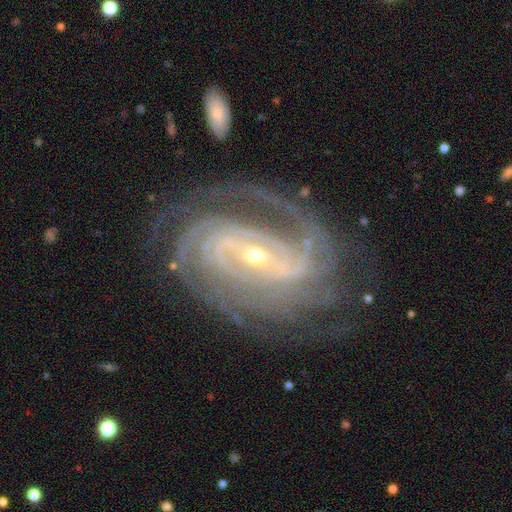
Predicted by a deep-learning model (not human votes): Smooth or featured? featured or disk (92%)
Edge-on disk? no (97%)
Bar? strong (43%)
Spiral arms? yes (98%)
Spiral winding? tight (71%)
Spiral arm count? 3 (22%, tied with 2 and 4)
Bulge size? small (70%)
Merging? none (74%)